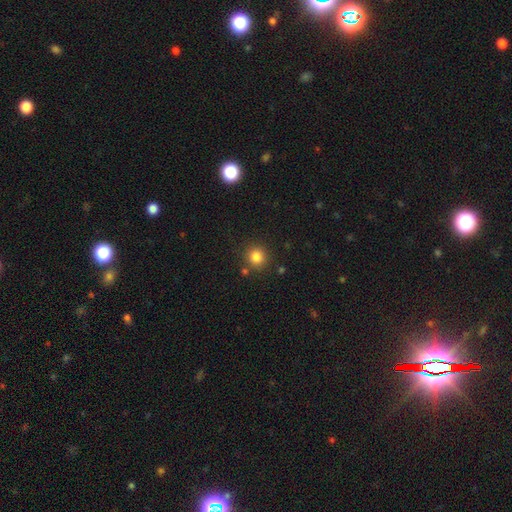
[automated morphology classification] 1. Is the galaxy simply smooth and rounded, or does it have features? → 83% smooth, 12% star or artifact, 5% featured or disk.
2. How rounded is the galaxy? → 91% round, 8% in between, 1% cigar-shaped.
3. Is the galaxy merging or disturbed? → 85% none, 7% minor disturbance, 4% merger, 3% major disturbance.